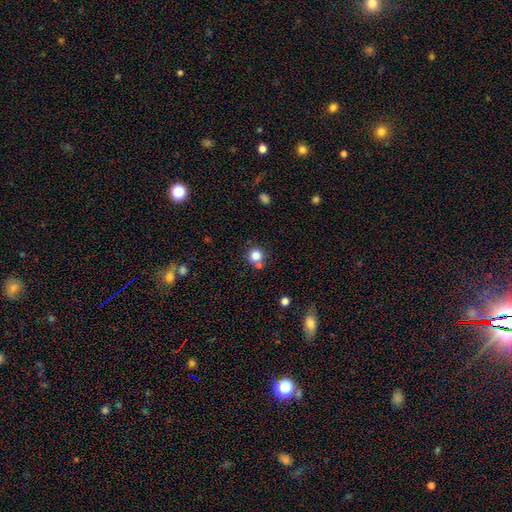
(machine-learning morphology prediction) smooth-or-featured: smooth: 83% | star or artifact: 11% | featured or disk: 6%
  how-rounded: round: 92% | in between: 7% | cigar-shaped: 1%
  merging: none: 67% | merger: 20% | minor disturbance: 9% | major disturbance: 3%